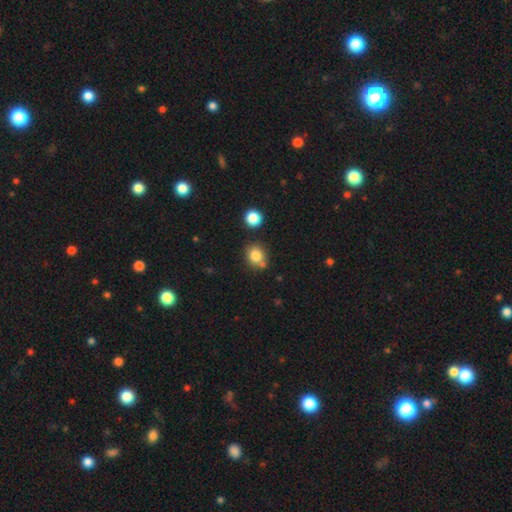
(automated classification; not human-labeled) A smooth galaxy with no disk features (81%) that is round (77%). Merging: none (69%).